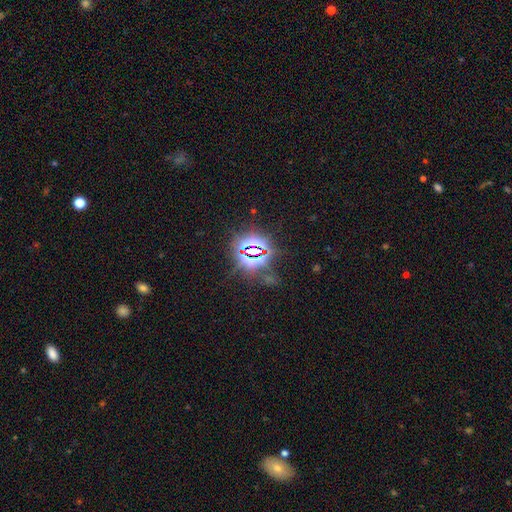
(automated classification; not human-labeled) Smooth or featured?
  - star or artifact: 82% *
  - smooth: 11%
  - featured or disk: 7%